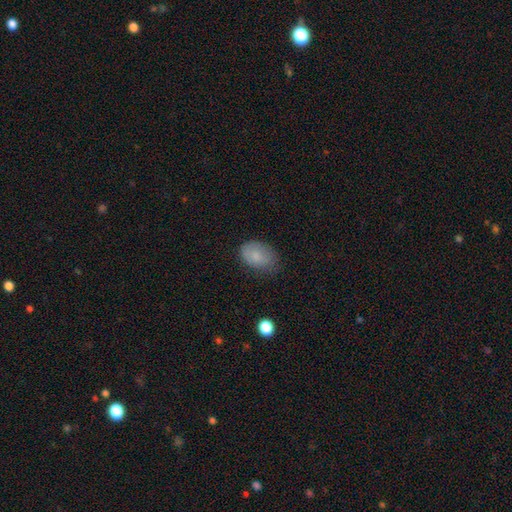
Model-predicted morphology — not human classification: Smooth or featured? Predicted: smooth (p=0.79). How rounded? Predicted: in between (p=0.84). Merging? Predicted: none (p=0.60).